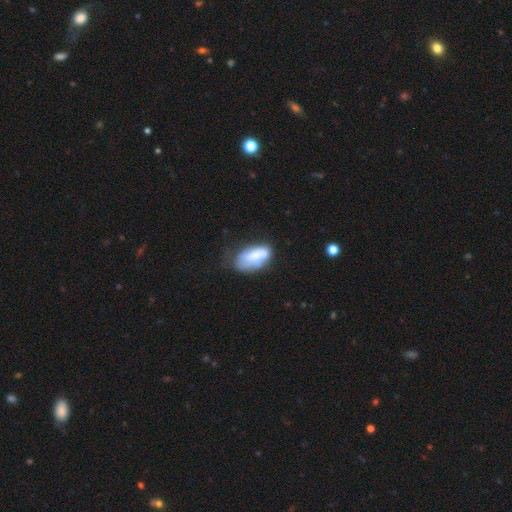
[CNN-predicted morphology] The model was most divided on "merging": none: 37%, minor disturbance: 33%, major disturbance: 20%, merger: 10%. More confident: how rounded — in between (87%); smooth or featured — smooth (63%).